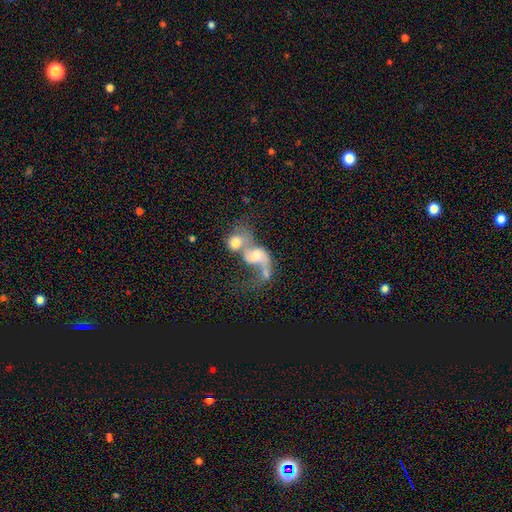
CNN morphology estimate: Smooth or featured?
  - featured or disk: 60% *
  - smooth: 31%
  - star or artifact: 9%
Edge-on disk?
  - no: 96% *
  - yes: 4%
Bar?
  - no: 60% *
  - weak: 31%
  - strong: 9%
Spiral arms?
  - yes: 73% *
  - no: 27%
Bulge size?
  - moderate: 44% *
  - small: 23%
  - large: 18%
  - none: 11%
  - dominant: 4%
Merging?
  - merger: 75% *
  - major disturbance: 13%
  - none: 9%
  - minor disturbance: 4%